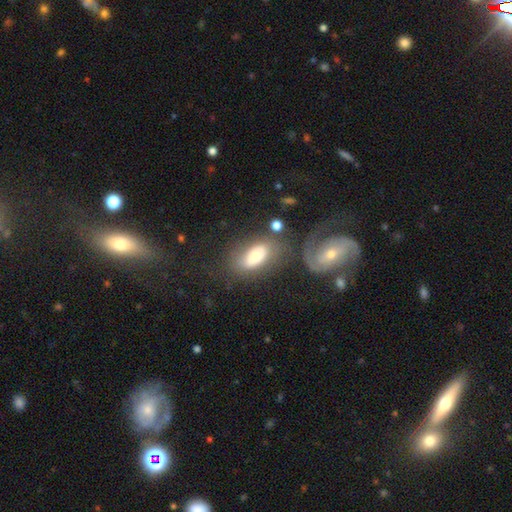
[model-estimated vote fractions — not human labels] Smooth or featured?
  - smooth: 55% *
  - featured or disk: 36%
  - star or artifact: 8%
How rounded?
  - in between: 88% *
  - round: 8%
  - cigar-shaped: 4%
Merging?
  - none: 49% *
  - merger: 19%
  - minor disturbance: 18%
  - major disturbance: 14%